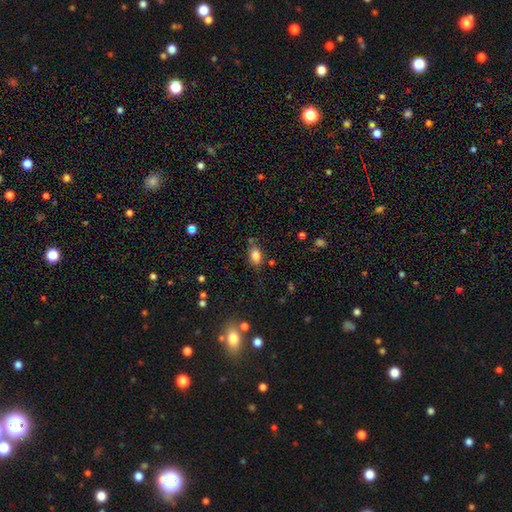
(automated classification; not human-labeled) smooth_or_featured: smooth (p=0.82) [alt: star or artifact p=0.10]
how_rounded: in between (p=0.86) [alt: round p=0.11]
merging: none (p=0.71) [alt: minor disturbance p=0.18]